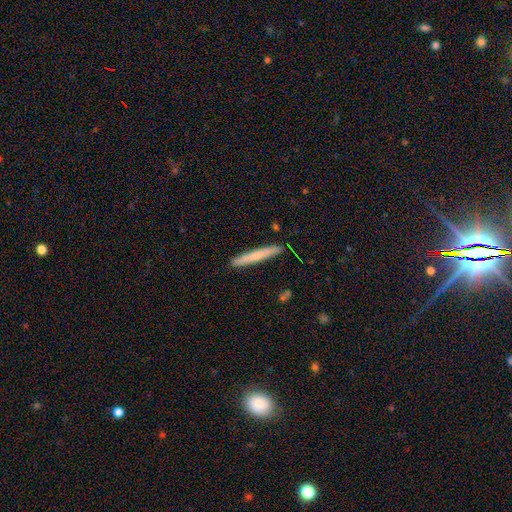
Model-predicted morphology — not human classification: Overall: smooth (66%; featured or disk 28%). How rounded: cigar-shaped (96%). Merging: none (88%).